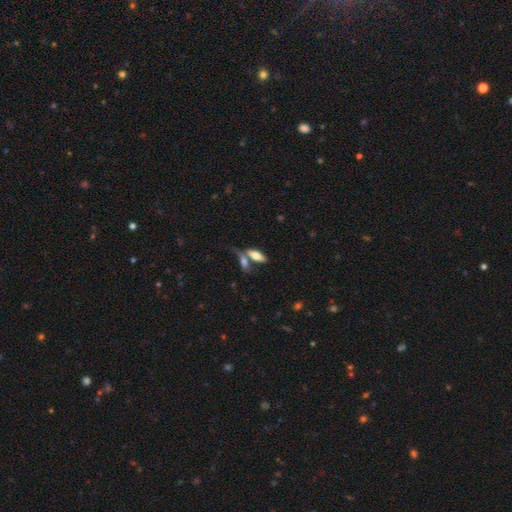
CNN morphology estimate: smooth-or-featured: smooth: 66% | featured or disk: 26% | star or artifact: 8%
  how-rounded: in between: 69% | cigar-shaped: 28% | round: 3%
  merging: none: 45% | merger: 37% | minor disturbance: 12% | major disturbance: 6%